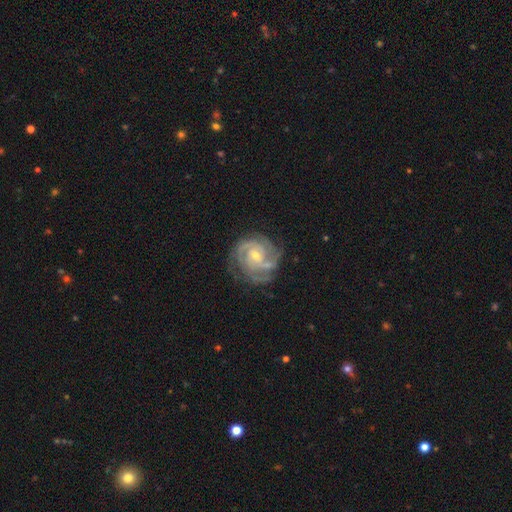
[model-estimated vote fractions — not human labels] smooth-or-featured: featured or disk: 89% | star or artifact: 6% | smooth: 5%
  disk-edge-on: no: 98% | yes: 2%
    bar: no: 57% | weak: 34% | strong: 9%
    has-spiral-arms: yes: 98% | no: 2%
      spiral-winding: tight: 68% | medium: 28% | loose: 4%
      spiral-arm-count: 3: 37% | 2: 18% | 4: 17% | can't tell: 17% | more than 4: 6% | 1: 5%
    bulge-size: small: 54% | moderate: 42% | large: 1% | none: 1% | dominant: 1%
  merging: none: 74% | minor disturbance: 17% | major disturbance: 7% | merger: 2%